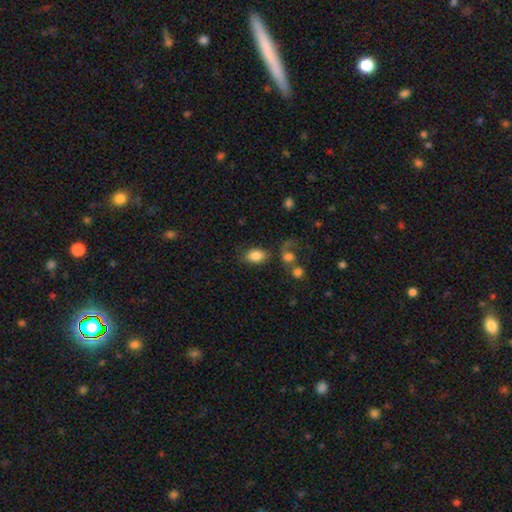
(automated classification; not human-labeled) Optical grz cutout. It shows a smooth galaxy with no disk features (85%) that is in between round and cigar-shaped (84%). Merging: none (67%).